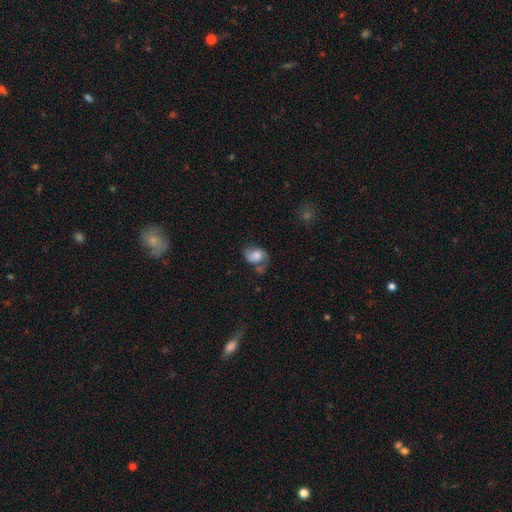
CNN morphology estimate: A smooth galaxy with no disk features (52%) that is in between round and cigar-shaped (72%).

Vote fractions:
- Smooth or featured? smooth: 52% / featured or disk: 39% / star or artifact: 9%
- How rounded? in between: 72% / round: 27% / cigar-shaped: 1%
- Merging? none: 41% / minor disturbance: 28% / major disturbance: 18% / merger: 12%